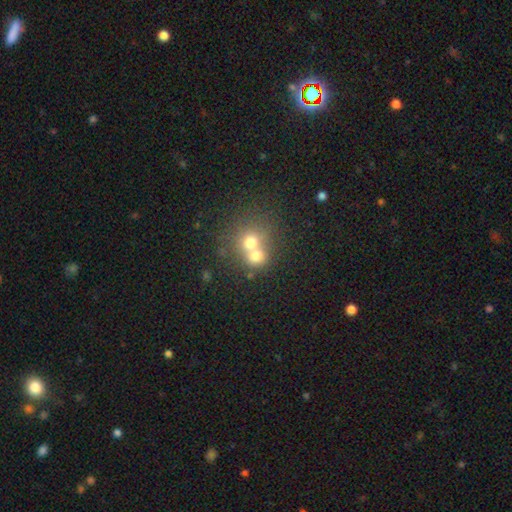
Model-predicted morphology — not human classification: Smooth or featured?
  - smooth: 67% *
  - featured or disk: 19%
  - star or artifact: 14%
How rounded?
  - round: 77% *
  - in between: 22%
  - cigar-shaped: 1%
Merging?
  - merger: 68% *
  - none: 25%
  - minor disturbance: 5%
  - major disturbance: 3%